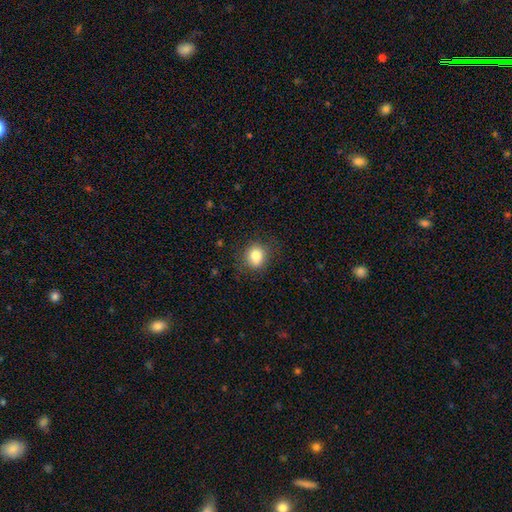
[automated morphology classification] Overall: smooth (82%). How rounded: round (69%; in between 30%). Merging: none (81%).